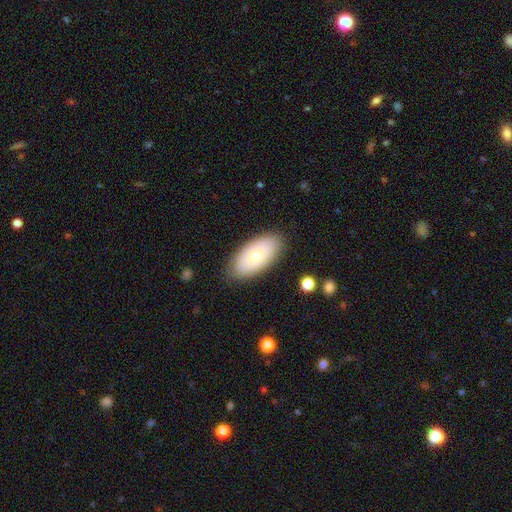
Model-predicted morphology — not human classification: Smooth or featured?
  - smooth: 69% *
  - featured or disk: 24%
  - star or artifact: 7%
How rounded?
  - in between: 94% *
  - cigar-shaped: 3%
  - round: 3%
Merging?
  - none: 84% *
  - minor disturbance: 12%
  - major disturbance: 3%
  - merger: 1%